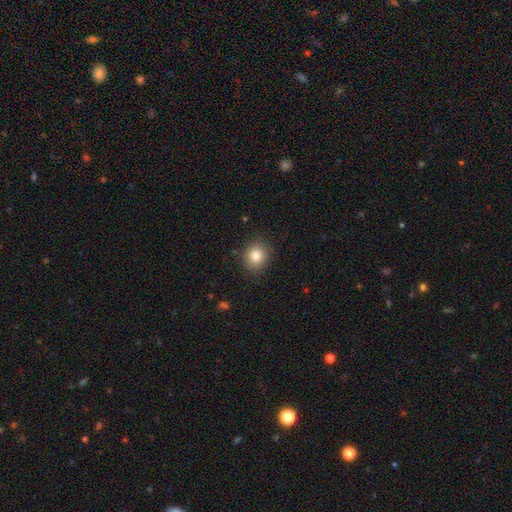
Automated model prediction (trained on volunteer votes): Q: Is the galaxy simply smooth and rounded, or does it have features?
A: smooth — 84%.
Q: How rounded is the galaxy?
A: round — 73%.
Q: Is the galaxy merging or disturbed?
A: none — 87%.